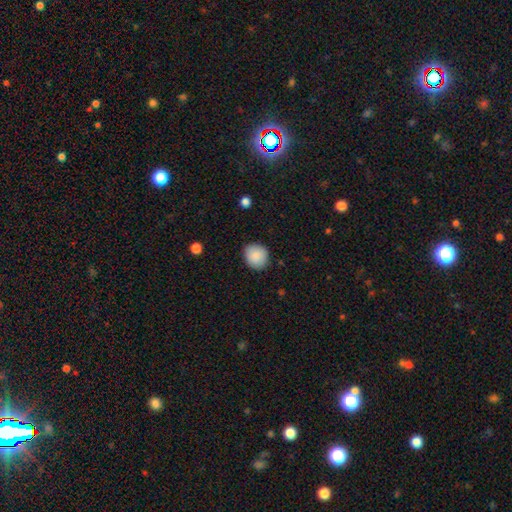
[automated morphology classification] smooth_or_featured: smooth (p=0.89) [alt: star or artifact p=0.07]
how_rounded: round (p=0.80) [alt: in between p=0.19]
merging: none (p=0.86) [alt: minor disturbance p=0.10]